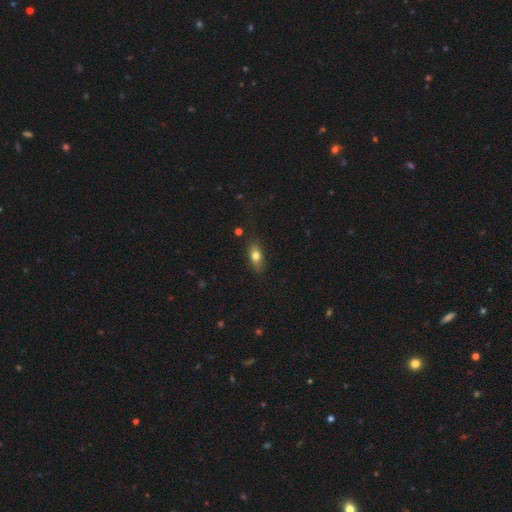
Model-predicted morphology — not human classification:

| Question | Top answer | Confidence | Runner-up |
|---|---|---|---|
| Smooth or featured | smooth | 74% | featured or disk (17%) |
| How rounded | in between | 77% | cigar-shaped (13%) |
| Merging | none | 80% | minor disturbance (15%) |